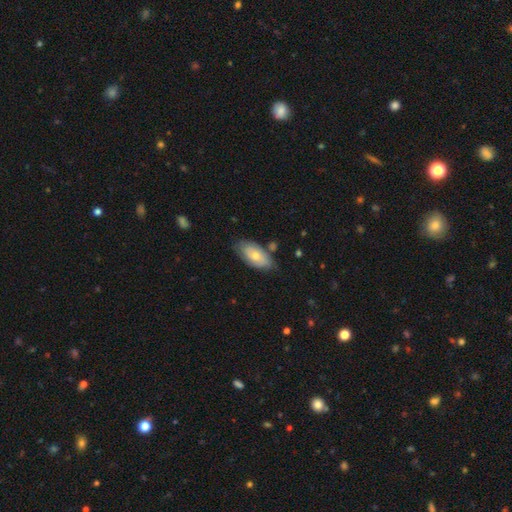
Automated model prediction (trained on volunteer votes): Smooth or featured?
  - smooth: 67% *
  - featured or disk: 28%
  - star or artifact: 6%
How rounded?
  - in between: 92% *
  - cigar-shaped: 4%
  - round: 3%
Merging?
  - none: 70% *
  - minor disturbance: 21%
  - merger: 5%
  - major disturbance: 4%